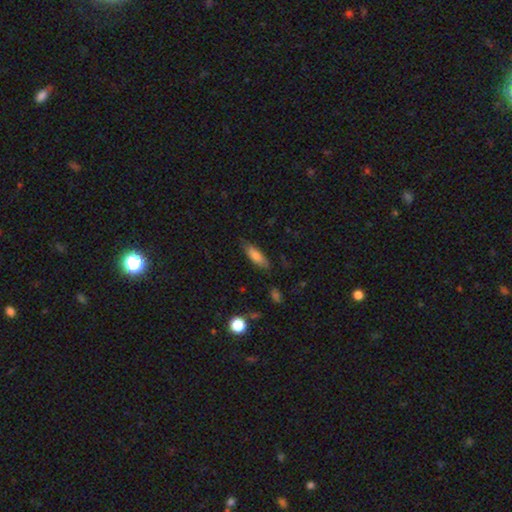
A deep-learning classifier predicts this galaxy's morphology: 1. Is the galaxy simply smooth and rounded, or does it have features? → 75% smooth, 18% featured or disk, 7% star or artifact.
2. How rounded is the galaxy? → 56% in between, 42% cigar-shaped, 2% round.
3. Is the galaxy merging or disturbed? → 78% none, 17% minor disturbance, 3% major disturbance, 2% merger.